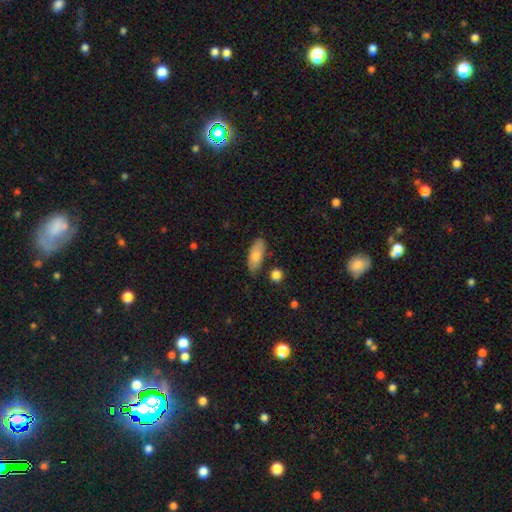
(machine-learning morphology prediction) Overall: smooth (75%). How rounded: in between (78%). Merging: none (76%).